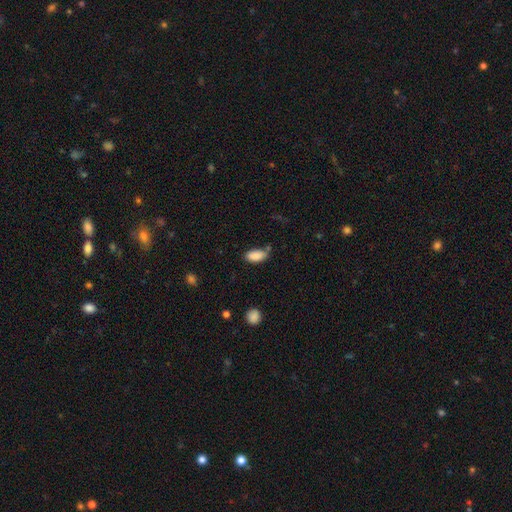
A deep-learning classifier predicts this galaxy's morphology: Smooth or featured? smooth (88%)
How rounded? in between (92%)
Merging? none (64%)